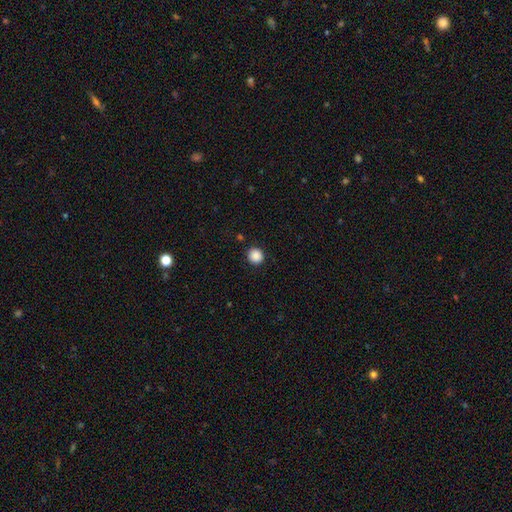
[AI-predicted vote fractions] smooth 88%, star or artifact 9%, featured or disk 2%. Down the decision tree: how rounded — round (92%); merging — none (92%).